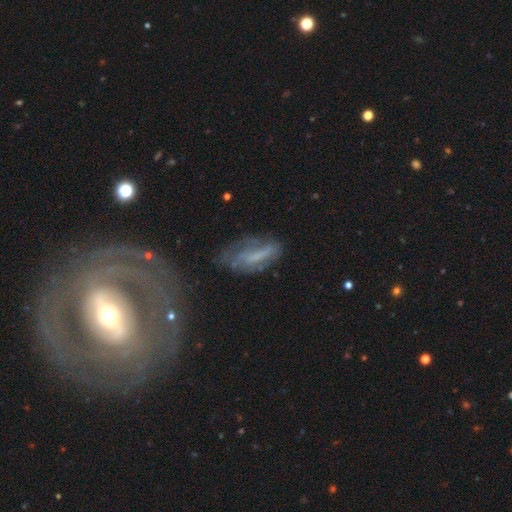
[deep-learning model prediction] This appears to be a featured or disk galaxy (47%). Merging: none (50%).